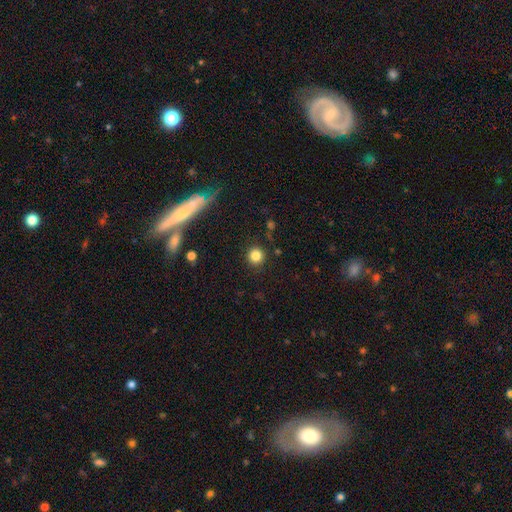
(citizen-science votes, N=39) Overall: smooth (82%). How rounded: round (91%). Merging: none (89%).